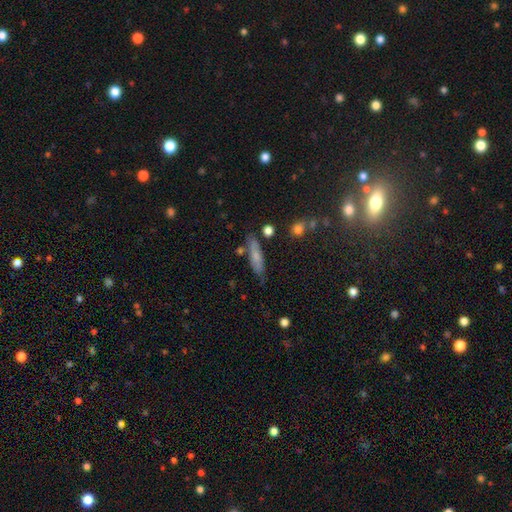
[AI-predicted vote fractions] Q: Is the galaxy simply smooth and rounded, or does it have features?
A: smooth — 67%.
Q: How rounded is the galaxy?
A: cigar-shaped — 70%.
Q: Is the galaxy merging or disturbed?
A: none — 72%.